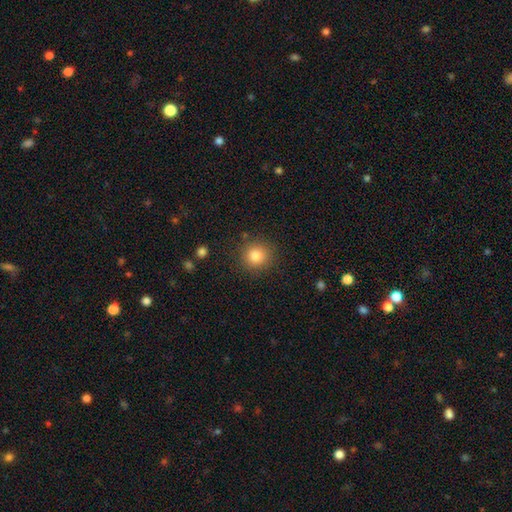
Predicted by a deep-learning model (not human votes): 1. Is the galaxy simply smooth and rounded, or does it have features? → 83% smooth, 11% star or artifact, 6% featured or disk.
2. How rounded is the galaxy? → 91% round, 8% in between, 1% cigar-shaped.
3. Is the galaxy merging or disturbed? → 86% none, 8% minor disturbance, 3% major disturbance, 2% merger.